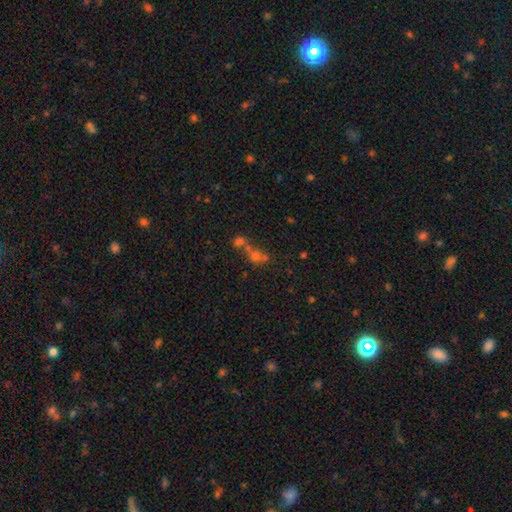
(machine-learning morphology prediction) smooth 46%, star or artifact 33%, featured or disk 21%. Down the decision tree: merging — merger (56%).